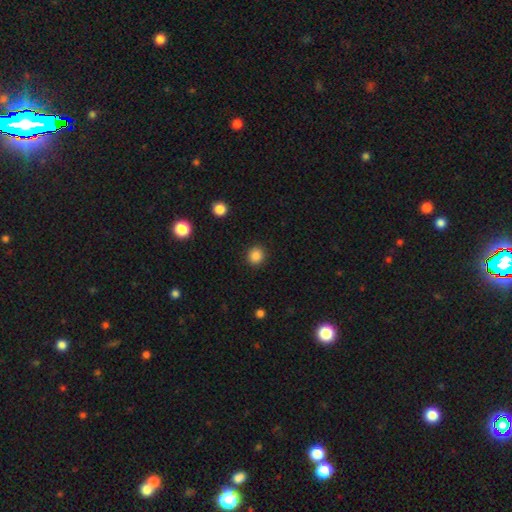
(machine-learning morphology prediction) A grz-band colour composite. It shows a smooth galaxy with no disk features (86%) that is round (91%). Merging: none (91%).